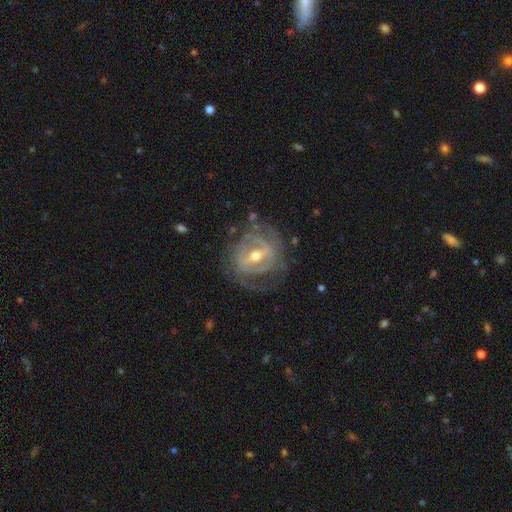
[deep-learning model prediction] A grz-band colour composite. It shows a featured or disk galaxy (86%) with a strong bar (51%), 2 (42%) tight (58%) spiral arms (84%) and a moderate central bulge (69%). Merging: none (69%).